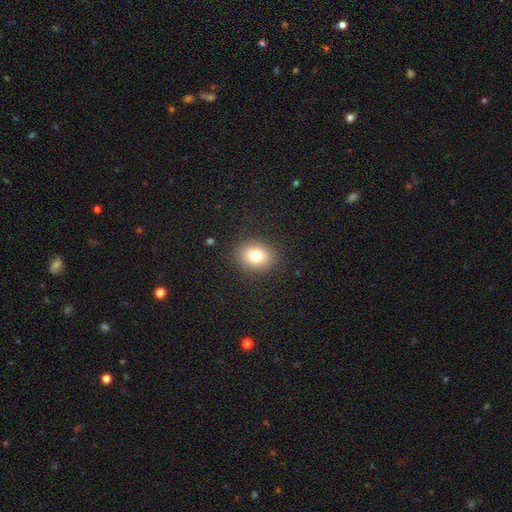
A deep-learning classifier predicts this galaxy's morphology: smooth-or-featured: smooth: 79% | star or artifact: 12% | featured or disk: 10%
  how-rounded: round: 53% | in between: 46% | cigar-shaped: 1%
  merging: none: 88% | minor disturbance: 8% | major disturbance: 3% | merger: 1%